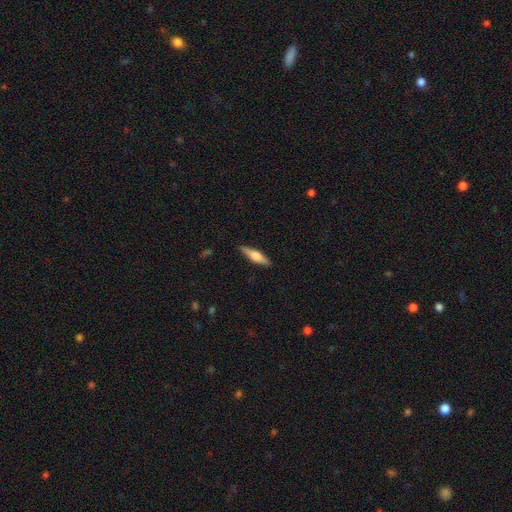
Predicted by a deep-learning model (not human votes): featured or disk 54%, smooth 41%, star or artifact 6%. Down the decision tree: edge-on disk — yes (96%); edge-on bulge — rounded (85%); merging — none (88%).